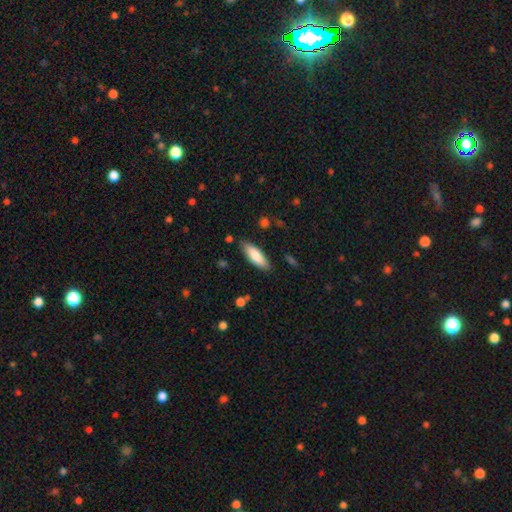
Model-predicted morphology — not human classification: Q: Smooth or featured?
A: smooth (81%); runner-up: featured or disk (13%)
Q: How rounded?
A: in between (62%); runner-up: cigar-shaped (36%)
Q: Merging?
A: none (83%); runner-up: minor disturbance (12%)